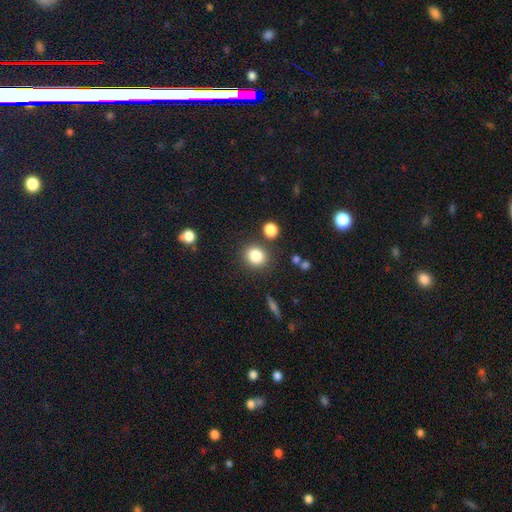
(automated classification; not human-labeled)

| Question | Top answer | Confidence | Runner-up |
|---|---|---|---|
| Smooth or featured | smooth | 83% | star or artifact (11%) |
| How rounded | round | 82% | in between (17%) |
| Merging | none | 82% | minor disturbance (9%) |